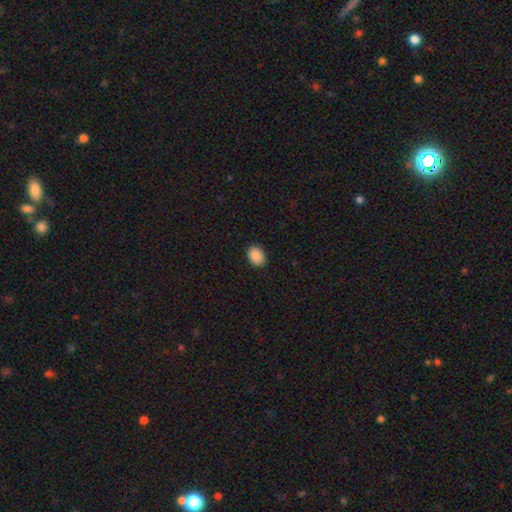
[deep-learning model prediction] smooth_or_featured: smooth (p=0.90) [alt: star or artifact p=0.07]
how_rounded: in between (p=0.70) [alt: round p=0.29]
merging: none (p=0.89) [alt: minor disturbance p=0.08]